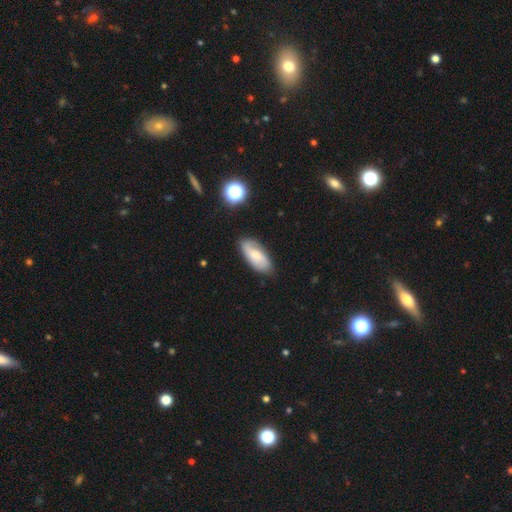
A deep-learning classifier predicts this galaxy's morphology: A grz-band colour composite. It shows a smooth galaxy with no disk features (50%). Merging: none (77%).